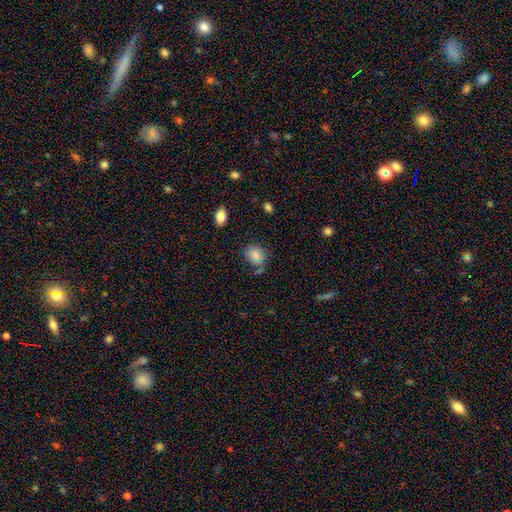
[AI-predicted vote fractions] Smooth or featured: smooth — 82% (star or artifact — 11%)
How rounded: in between — 56% (round — 43%)
Merging: none — 60% (minor disturbance — 24%)